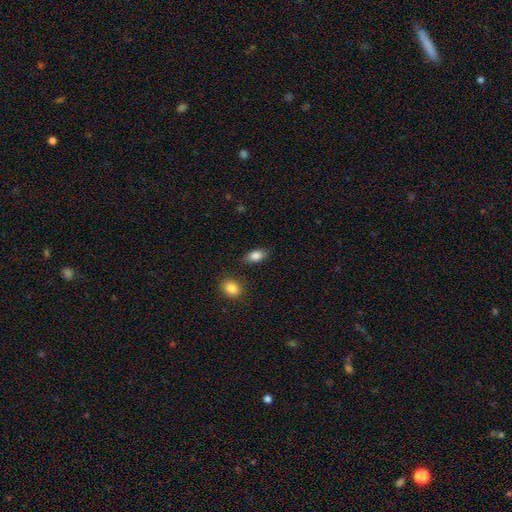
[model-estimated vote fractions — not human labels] Smooth or featured: smooth — 85% (star or artifact — 8%)
How rounded: in between — 88% (round — 8%)
Merging: none — 83% (minor disturbance — 11%)